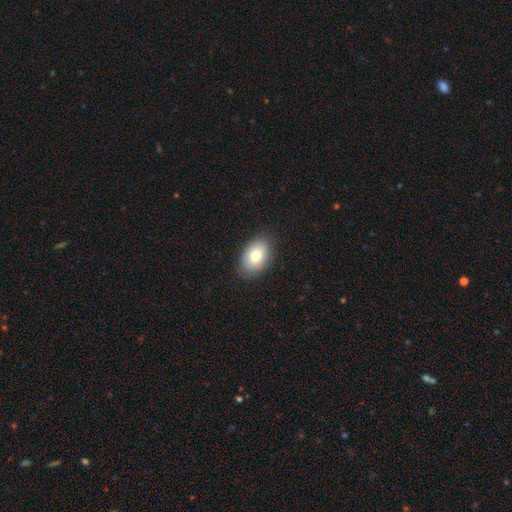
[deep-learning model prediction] A smooth galaxy with no disk features (80%) that is in between round and cigar-shaped (86%).

Vote fractions:
- Smooth or featured? smooth: 80% / featured or disk: 13% / star or artifact: 8%
- How rounded? in between: 86% / round: 13% / cigar-shaped: 1%
- Merging? none: 85% / minor disturbance: 12% / major disturbance: 3% / merger: 1%